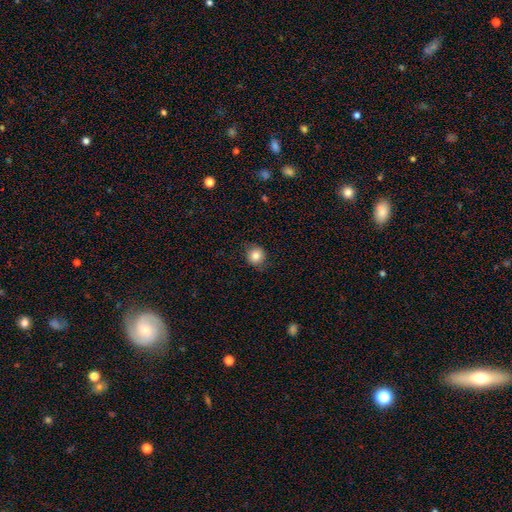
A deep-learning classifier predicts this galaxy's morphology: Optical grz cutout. It shows a smooth galaxy with no disk features (83%) that is round (88%). Merging: none (84%).